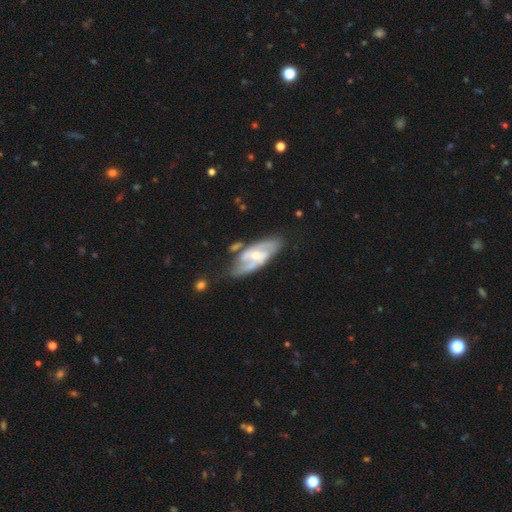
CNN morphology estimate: This is likely a featured or disk galaxy (79%). It is clearly not viewed edge-on (91%). Bar: marginally weak (42%). Spiral arm pattern: clearly yes (87%). Spiral arm count: likely 2 (68%). Spiral winding: possibly medium (46%). Central bulge: possibly moderate (49%). Merging: possibly none (58%).